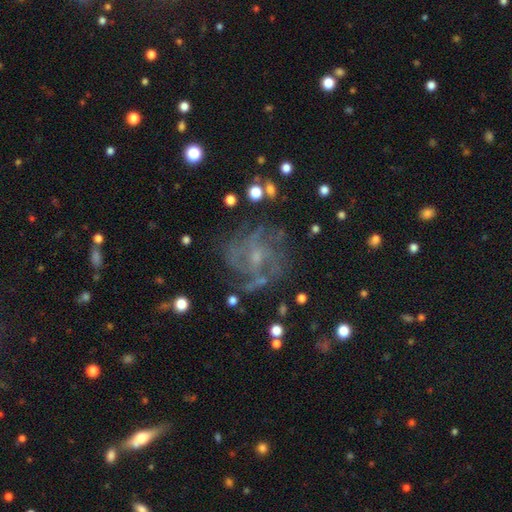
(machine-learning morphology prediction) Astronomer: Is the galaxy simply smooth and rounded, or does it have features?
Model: featured or disk — 75%.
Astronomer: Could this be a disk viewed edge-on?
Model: no — 97%.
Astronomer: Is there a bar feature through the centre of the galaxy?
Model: no — 60%.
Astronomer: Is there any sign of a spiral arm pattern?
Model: yes — 87%.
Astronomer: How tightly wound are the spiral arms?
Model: medium — 44% (runner-up: tight, 40%).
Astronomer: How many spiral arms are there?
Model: can't tell — 36% (runner-up: 3, 19%).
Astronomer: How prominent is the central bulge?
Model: small — 59%.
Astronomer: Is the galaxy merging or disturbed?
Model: none — 69%.